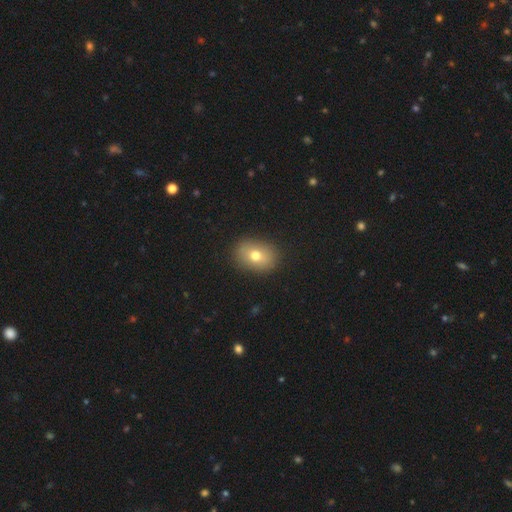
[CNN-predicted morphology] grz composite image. It shows a smooth galaxy with no disk features (71%) that is in between round and cigar-shaped (61%). Merging: none (87%).